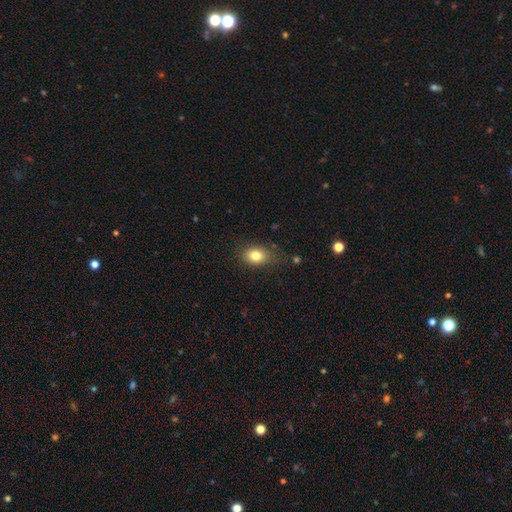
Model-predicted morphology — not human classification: Q: Smooth or featured?
A: smooth (80%); runner-up: star or artifact (10%)
Q: How rounded?
A: in between (69%); runner-up: round (29%)
Q: Merging?
A: none (76%); runner-up: minor disturbance (17%)